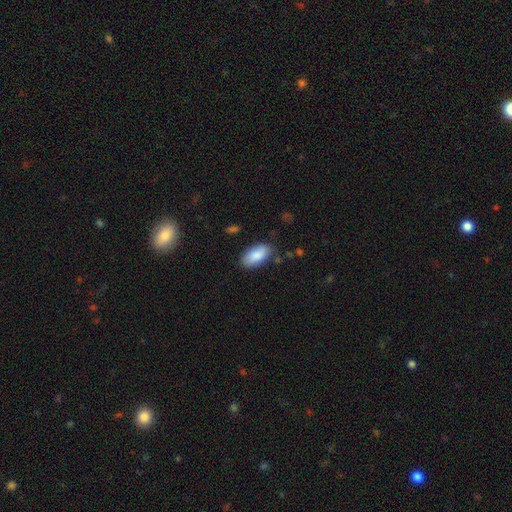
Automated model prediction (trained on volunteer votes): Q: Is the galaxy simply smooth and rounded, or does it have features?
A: smooth — 86%.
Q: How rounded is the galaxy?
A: in between — 94%.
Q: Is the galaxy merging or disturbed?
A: none — 81%.